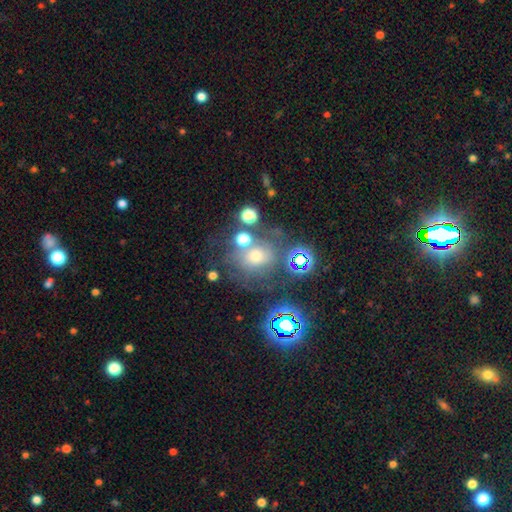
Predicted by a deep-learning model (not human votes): Smooth or featured? smooth (44%)
Merging? none (58%)